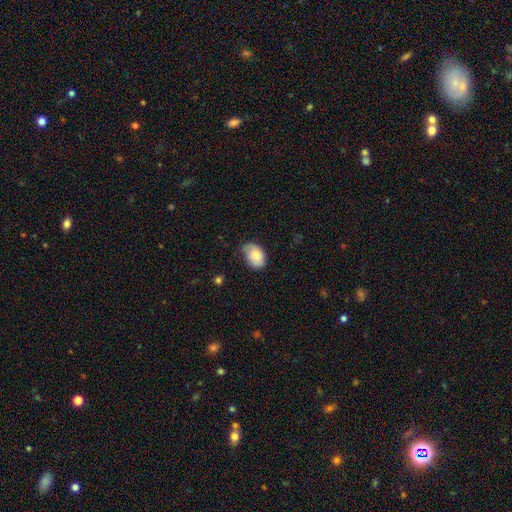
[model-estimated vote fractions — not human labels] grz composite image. It shows a smooth galaxy with no disk features (78%) that is in between round and cigar-shaped (83%). Merging: none (54%).